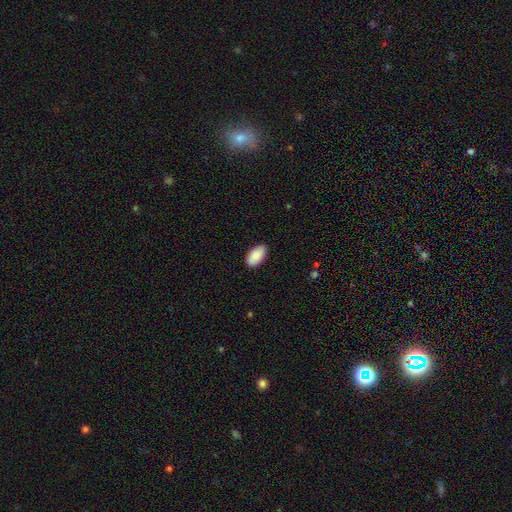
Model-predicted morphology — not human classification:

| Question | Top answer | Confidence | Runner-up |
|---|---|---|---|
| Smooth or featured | smooth | 89% | star or artifact (6%) |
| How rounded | in between | 95% | round (2%) |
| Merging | none | 88% | minor disturbance (9%) |